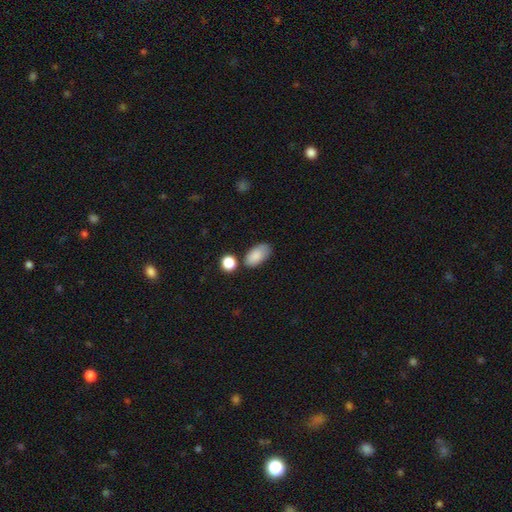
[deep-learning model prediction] smooth_or_featured: smooth (p=0.86) [alt: star or artifact p=0.08]
how_rounded: in between (p=0.93) [alt: round p=0.04]
merging: none (p=0.67) [alt: minor disturbance p=0.20]